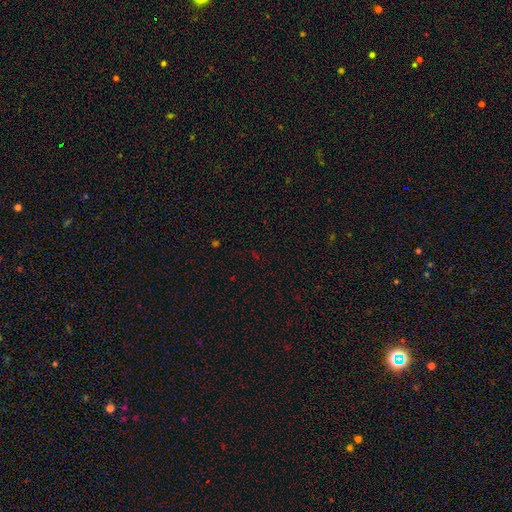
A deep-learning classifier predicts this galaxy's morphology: Smooth or featured: star or artifact — 70% (smooth — 22%)